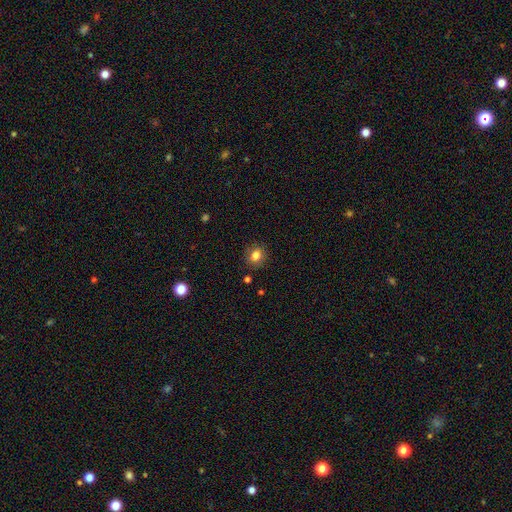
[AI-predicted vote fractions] A smooth galaxy with no disk features (81%) that is round (57%). Merging: none (84%).